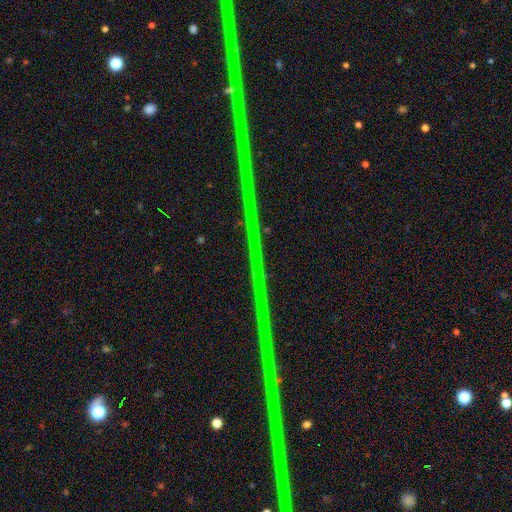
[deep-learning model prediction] Overall: star or artifact (89%).